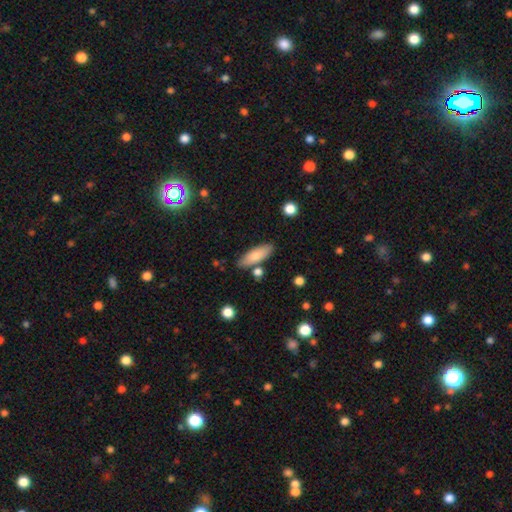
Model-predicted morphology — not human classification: Overall: smooth (80%). How rounded: in between (59%; cigar-shaped 38%). Merging: none (80%).